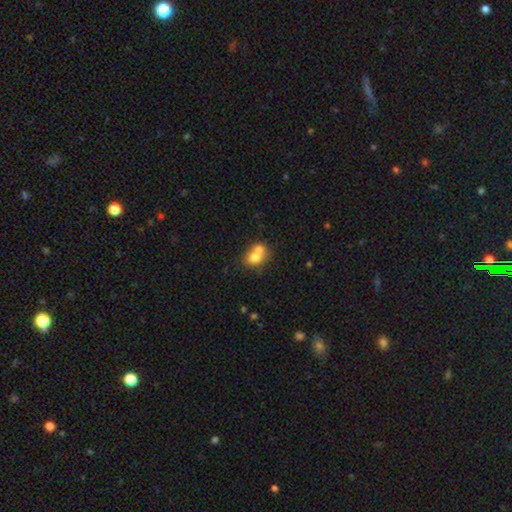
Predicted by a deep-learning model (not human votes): A smooth galaxy with no disk features (71%) that is round (53%). Merging: merger (62%).